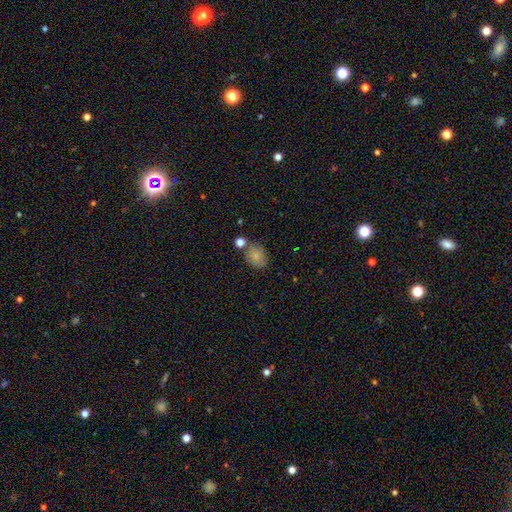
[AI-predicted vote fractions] smooth-or-featured: smooth: 80% | star or artifact: 10% | featured or disk: 9%
  how-rounded: in between: 60% | round: 39% | cigar-shaped: 1%
  merging: none: 65% | minor disturbance: 17% | merger: 13% | major disturbance: 5%